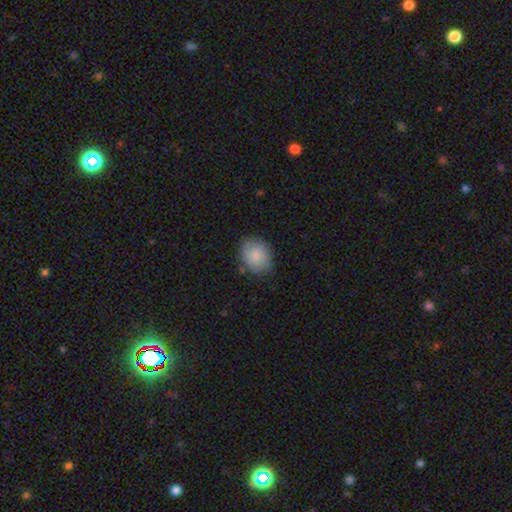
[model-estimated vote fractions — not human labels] Overall: smooth (86%). How rounded: round (53%; in between 46%). Merging: none (79%).